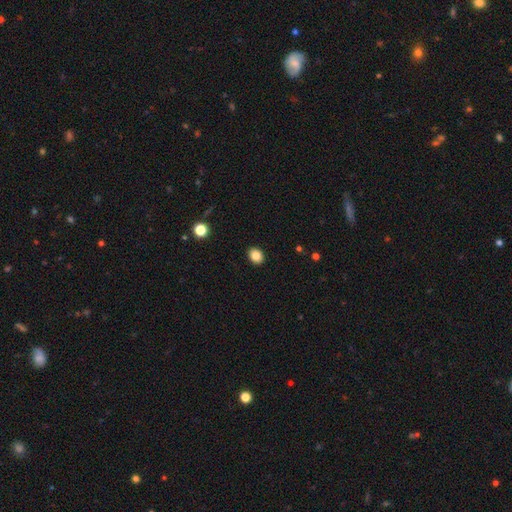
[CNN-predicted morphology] smooth 85%, star or artifact 10%, featured or disk 5%. Down the decision tree: how rounded — in between (50%); merging — none (91%).